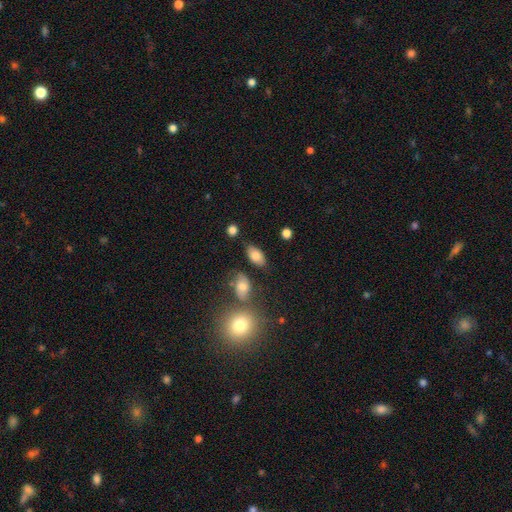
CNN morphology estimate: Smooth or featured? Predicted: smooth (p=0.80). How rounded? Predicted: in between (p=0.93). Merging? Predicted: none (p=0.79).